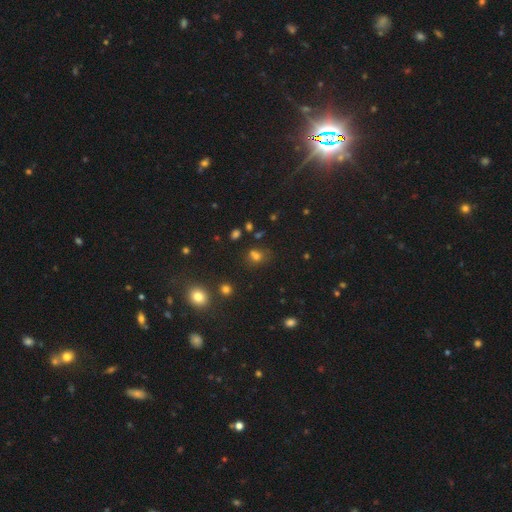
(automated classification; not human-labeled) Smooth or featured? Predicted: smooth (p=0.63). How rounded? Predicted: round (p=0.60). Merging? Predicted: none (p=0.60).